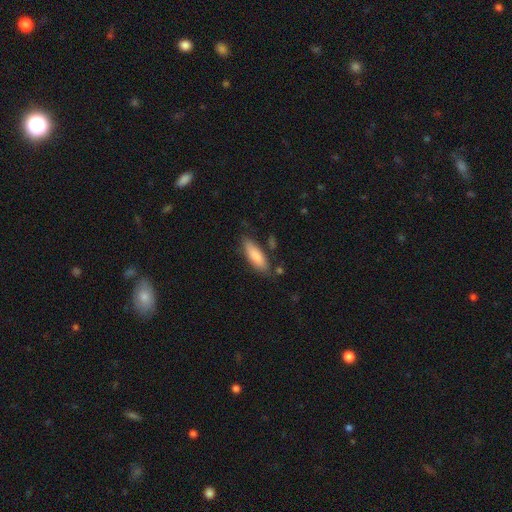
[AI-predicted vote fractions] Morphology: type=smooth (84%); roundness=in between (60%); merging=none (74%).